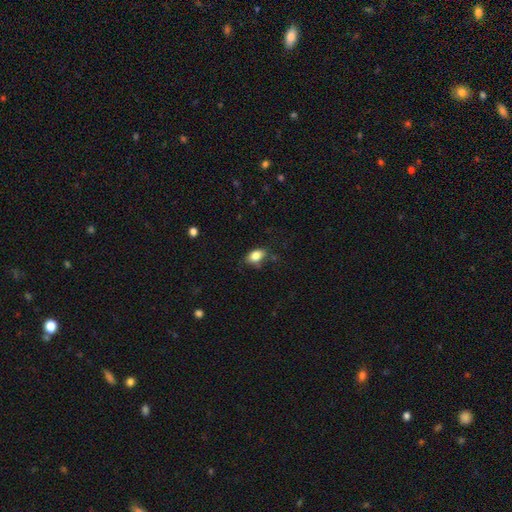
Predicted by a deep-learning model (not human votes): Morphology: type=smooth (84%); roundness=in between (86%); merging=none (72%).